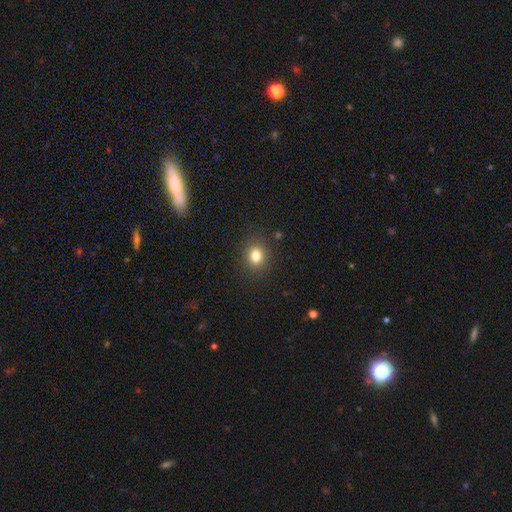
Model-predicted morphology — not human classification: Smooth or featured? Predicted: smooth (p=0.81). How rounded? Predicted: round (p=0.67). Merging? Predicted: none (p=0.88).